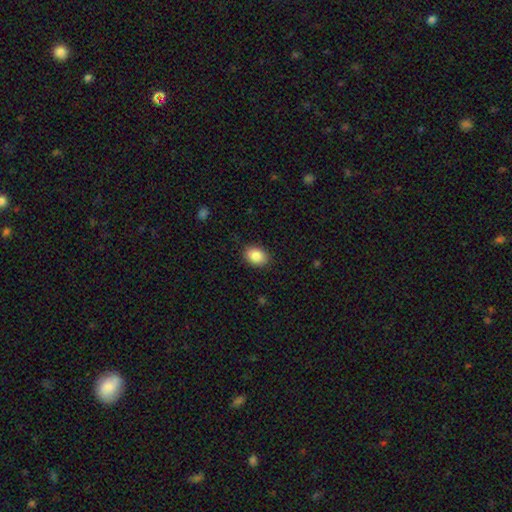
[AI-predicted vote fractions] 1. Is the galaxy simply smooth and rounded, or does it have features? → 87% smooth, 8% star or artifact, 5% featured or disk.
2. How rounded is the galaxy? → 70% in between, 29% round, 1% cigar-shaped.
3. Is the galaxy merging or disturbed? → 87% none, 10% minor disturbance, 2% major disturbance, 1% merger.